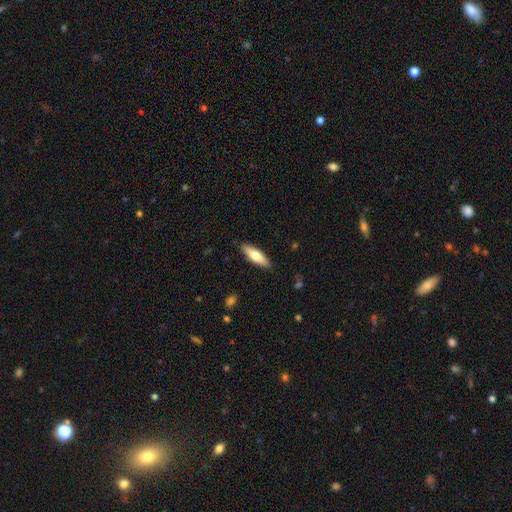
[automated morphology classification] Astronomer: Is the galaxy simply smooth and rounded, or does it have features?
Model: smooth — 64%.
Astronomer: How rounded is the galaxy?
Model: cigar-shaped — 56% (runner-up: in between, 42%).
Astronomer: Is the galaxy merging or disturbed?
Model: none — 89%.